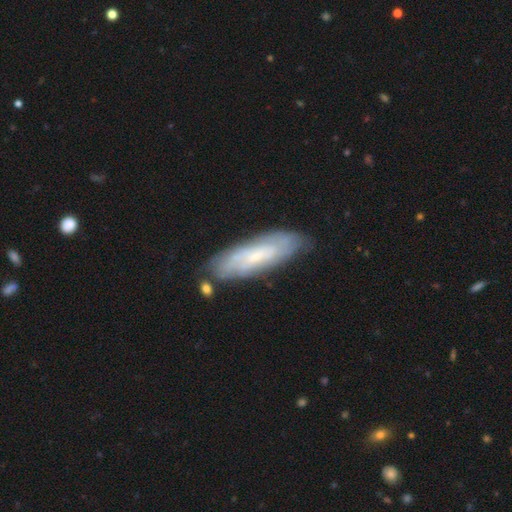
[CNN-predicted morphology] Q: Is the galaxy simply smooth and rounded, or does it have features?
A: featured or disk — 59%.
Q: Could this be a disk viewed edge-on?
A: no — 74%.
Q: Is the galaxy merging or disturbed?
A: none — 77%.